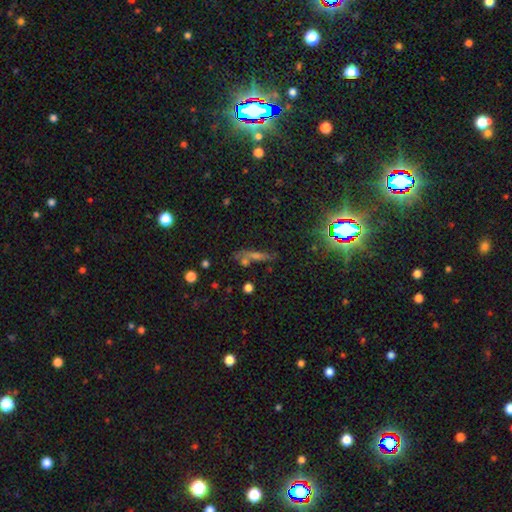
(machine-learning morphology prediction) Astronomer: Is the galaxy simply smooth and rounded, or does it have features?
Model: smooth — 40% (runner-up: star or artifact, 35%).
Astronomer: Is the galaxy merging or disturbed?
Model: none — 61%.